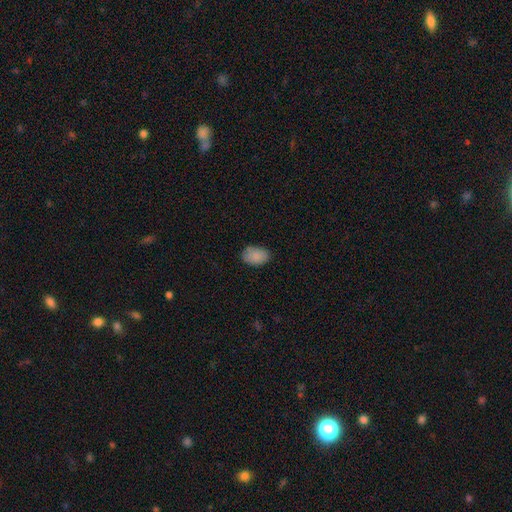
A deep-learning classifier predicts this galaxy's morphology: This is clearly a smooth galaxy (87%). How rounded: clearly in between (87%). Merging: clearly none (81%).